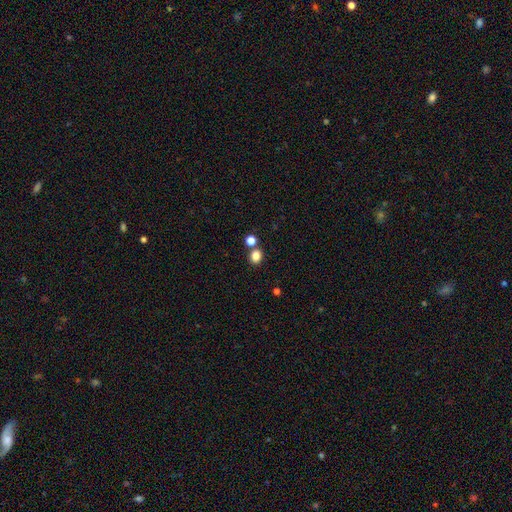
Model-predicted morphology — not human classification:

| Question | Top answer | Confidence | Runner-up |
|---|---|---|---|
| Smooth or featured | smooth | 83% | star or artifact (13%) |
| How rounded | round | 62% | in between (37%) |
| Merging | none | 72% | merger (16%) |